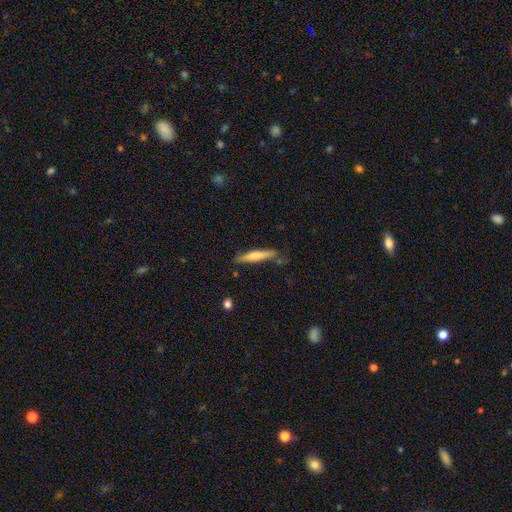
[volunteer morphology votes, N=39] A smooth galaxy with no disk features (62%) that is cigar-shaped (92%). Merging: none (84%).